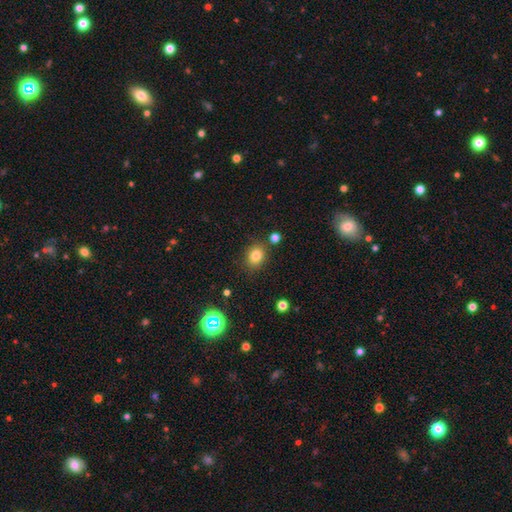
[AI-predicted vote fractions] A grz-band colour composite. It shows a smooth galaxy with no disk features (80%) that is round (50%). Merging: none (82%).